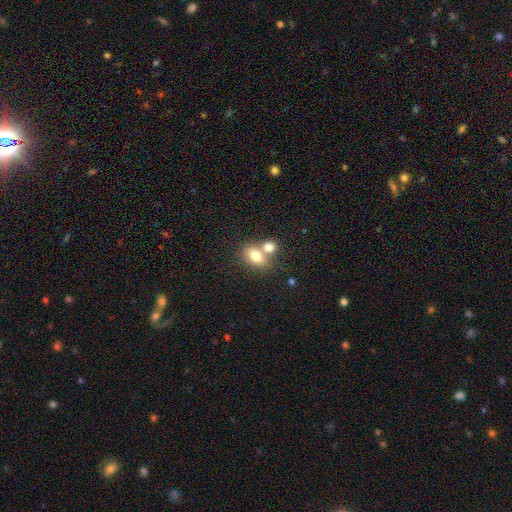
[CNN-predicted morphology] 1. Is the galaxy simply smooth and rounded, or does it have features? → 75% smooth, 16% featured or disk, 9% star or artifact.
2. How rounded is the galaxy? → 73% in between, 24% round, 3% cigar-shaped.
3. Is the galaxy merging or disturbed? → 51% merger, 37% none, 8% minor disturbance, 3% major disturbance.